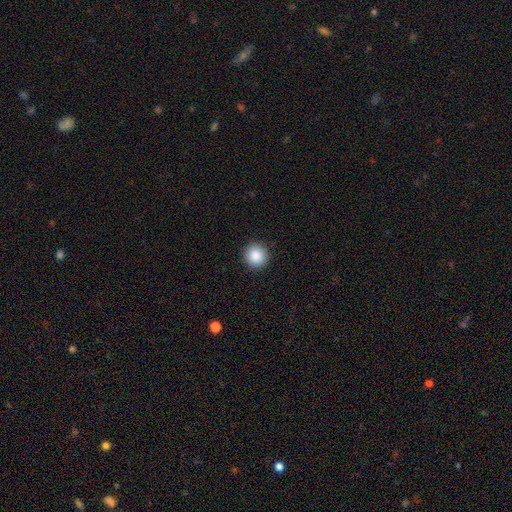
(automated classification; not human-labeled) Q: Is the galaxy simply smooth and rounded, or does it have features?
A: smooth — 88%.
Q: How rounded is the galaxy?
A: round — 95%.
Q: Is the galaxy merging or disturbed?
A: none — 93%.